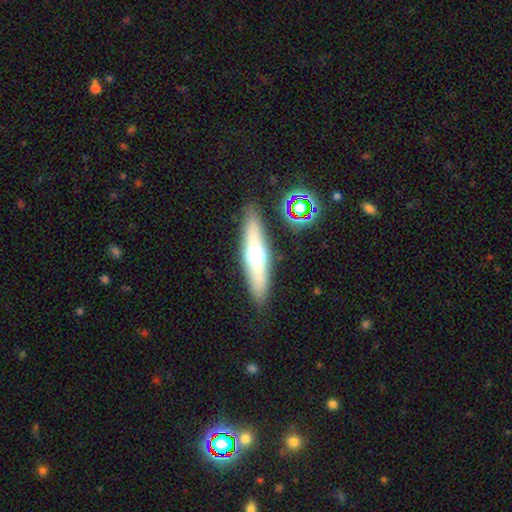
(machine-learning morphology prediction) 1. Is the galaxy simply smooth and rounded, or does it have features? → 46% featured or disk, 45% smooth, 9% star or artifact.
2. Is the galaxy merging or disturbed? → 87% none, 8% minor disturbance, 3% major disturbance, 2% merger.